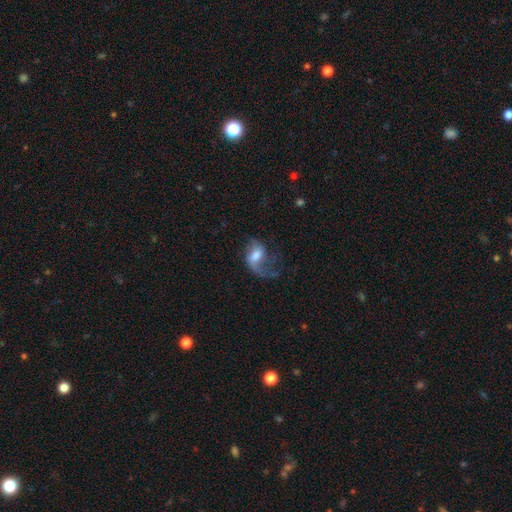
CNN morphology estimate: smooth-or-featured: featured or disk: 61% | smooth: 31% | star or artifact: 8%
  disk-edge-on: no: 96% | yes: 4%
    bar: weak: 44% | no: 40% | strong: 16%
    has-spiral-arms: yes: 83% | no: 17%
    bulge-size: moderate: 52% | large: 23% | small: 16% | none: 6% | dominant: 3%
  merging: major disturbance: 45% | none: 32% | minor disturbance: 20% | merger: 3%